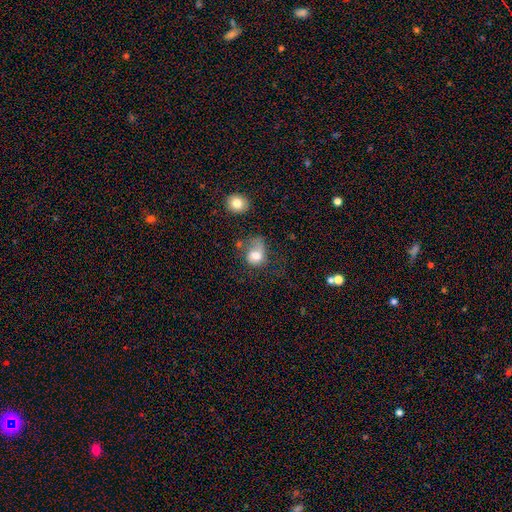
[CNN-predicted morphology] A smooth galaxy with no disk features (67%) that is round (60%).

Vote fractions:
- Smooth or featured? smooth: 67% / featured or disk: 23% / star or artifact: 10%
- How rounded? round: 60% / in between: 38% / cigar-shaped: 1%
- Merging? major disturbance: 38% / none: 29% / minor disturbance: 23% / merger: 10%